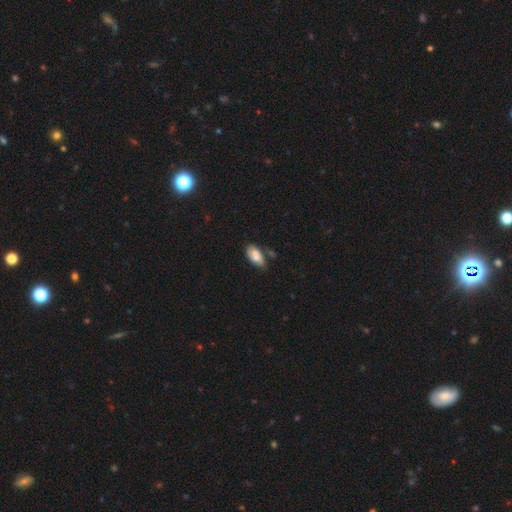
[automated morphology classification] smooth_or_featured: smooth (p=0.78) [alt: featured or disk p=0.15]
how_rounded: in between (p=0.92) [alt: cigar-shaped p=0.05]
merging: none (p=0.54) [alt: minor disturbance p=0.30]